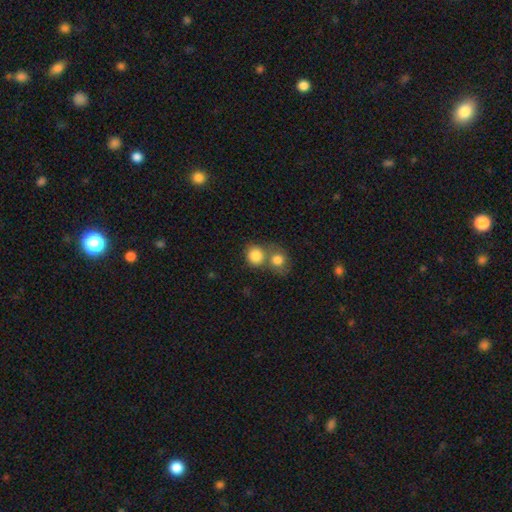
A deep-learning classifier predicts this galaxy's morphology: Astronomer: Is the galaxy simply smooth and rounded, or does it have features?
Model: smooth — 84%.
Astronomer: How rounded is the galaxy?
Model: round — 84%.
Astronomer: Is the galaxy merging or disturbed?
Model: merger — 48% (runner-up: none, 41%).